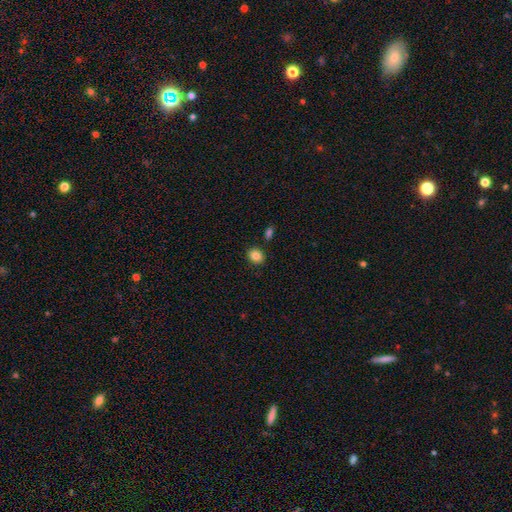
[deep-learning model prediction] Overall: smooth (85%). How rounded: round (57%; in between 42%). Merging: none (86%).